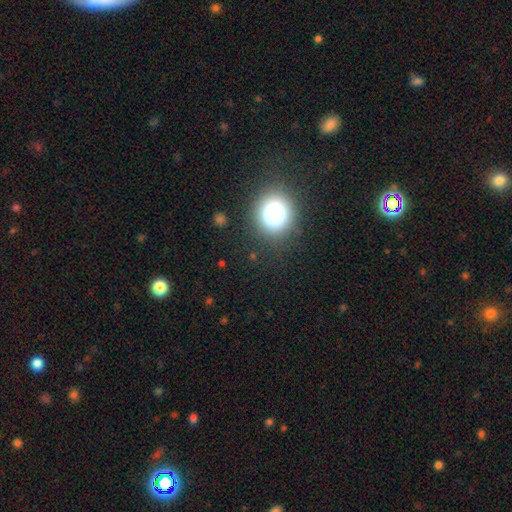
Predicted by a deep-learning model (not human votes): A smooth galaxy with no disk features (68%) that is round (79%). Merging: none (89%).